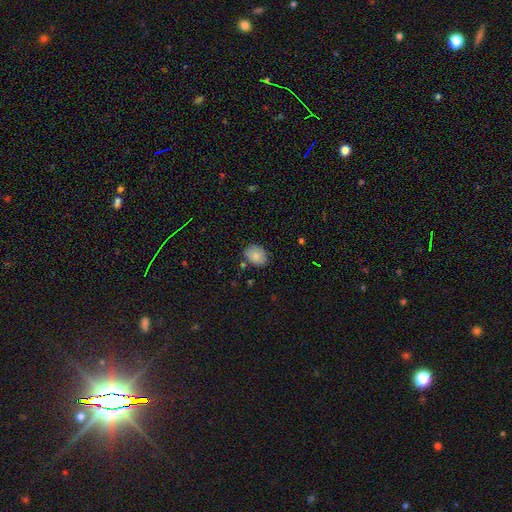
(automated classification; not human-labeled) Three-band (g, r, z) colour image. It shows a smooth galaxy with no disk features (83%) that is in between round and cigar-shaped (59%). Merging: none (77%).